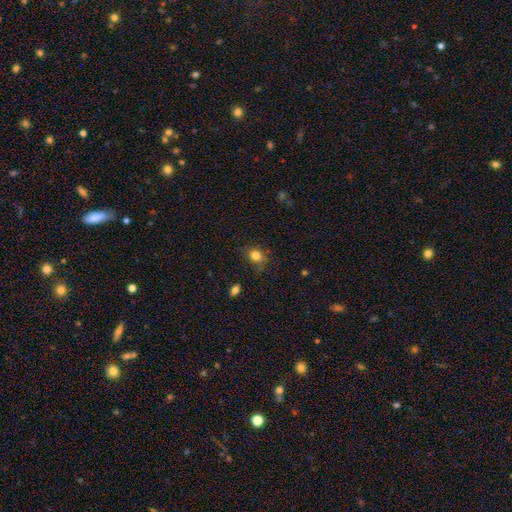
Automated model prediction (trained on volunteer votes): This appears to be a smooth galaxy with no disk features (81%) that is round (64%). Merging: none (71%).